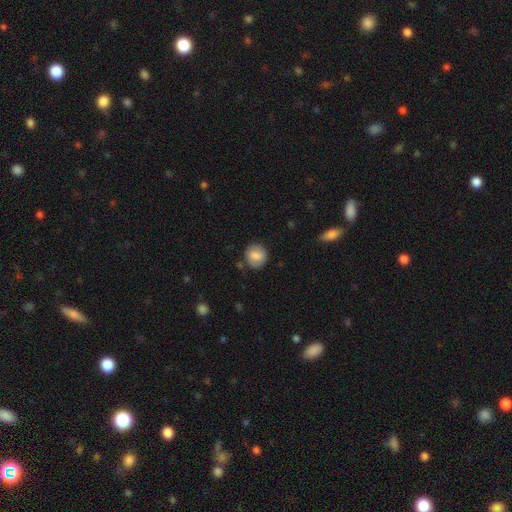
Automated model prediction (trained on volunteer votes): Smooth or featured: smooth — 80% (featured or disk — 12%)
How rounded: round — 83% (in between — 16%)
Merging: none — 82% (minor disturbance — 13%)